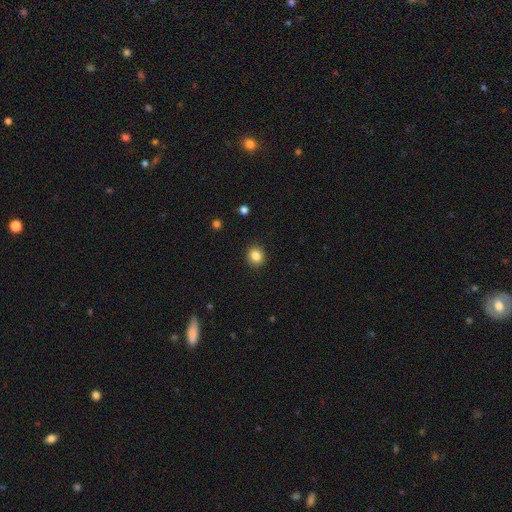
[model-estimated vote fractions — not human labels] Q: Smooth or featured?
A: smooth (85%); runner-up: star or artifact (10%)
Q: How rounded?
A: round (80%); runner-up: in between (19%)
Q: Merging?
A: none (91%); runner-up: minor disturbance (6%)